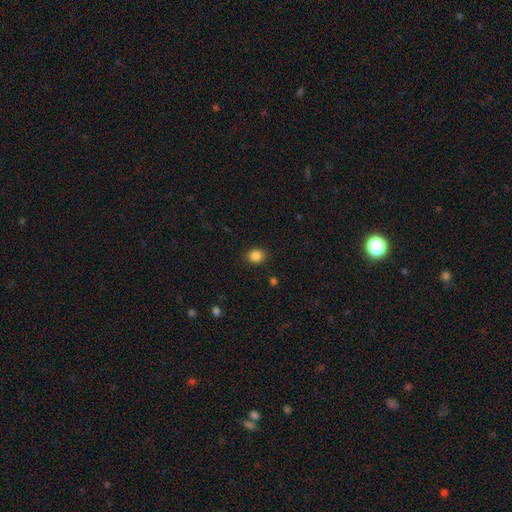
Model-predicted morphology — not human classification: Overall: smooth (86%). How rounded: round (62%; in between 37%). Merging: none (88%).